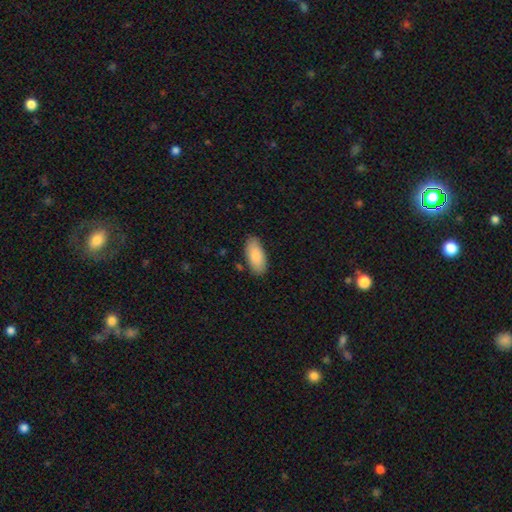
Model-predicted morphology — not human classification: Smooth or featured: smooth — 86% (featured or disk — 8%)
How rounded: in between — 91% (cigar-shaped — 7%)
Merging: none — 84% (minor disturbance — 12%)